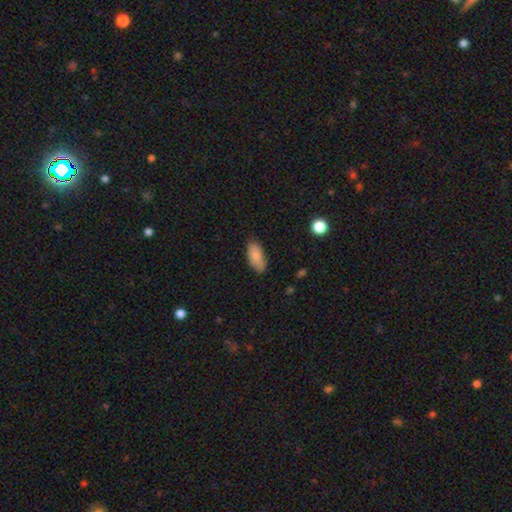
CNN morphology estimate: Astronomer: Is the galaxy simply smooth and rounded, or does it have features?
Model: smooth — 85%.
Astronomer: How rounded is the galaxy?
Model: in between — 88%.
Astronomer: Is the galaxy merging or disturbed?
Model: none — 75%.